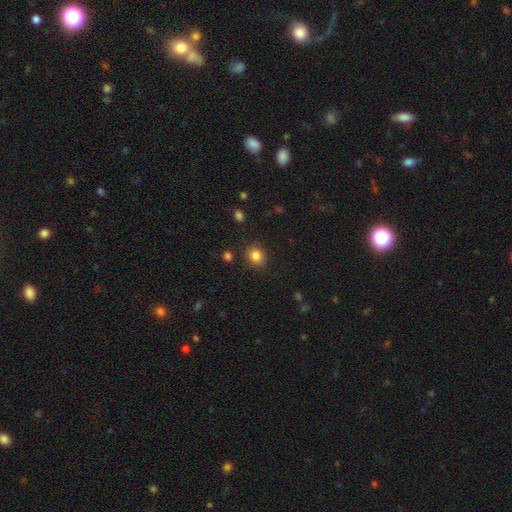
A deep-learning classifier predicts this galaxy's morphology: The model was most divided on "how rounded": round: 64%, in between: 35%, cigar-shaped: 1%. More confident: merging — none (86%); smooth or featured — smooth (84%).